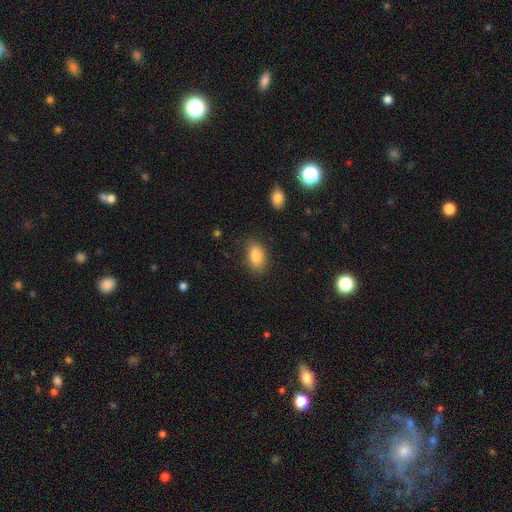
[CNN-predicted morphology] This appears to be a smooth galaxy with no disk features (85%) that is in between round and cigar-shaped (90%). Merging: none (81%).